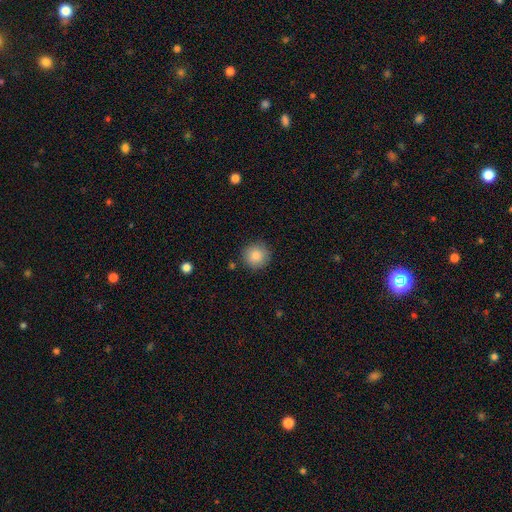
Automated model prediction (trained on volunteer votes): A smooth galaxy with no disk features (86%) that is round (94%). Merging: none (87%).